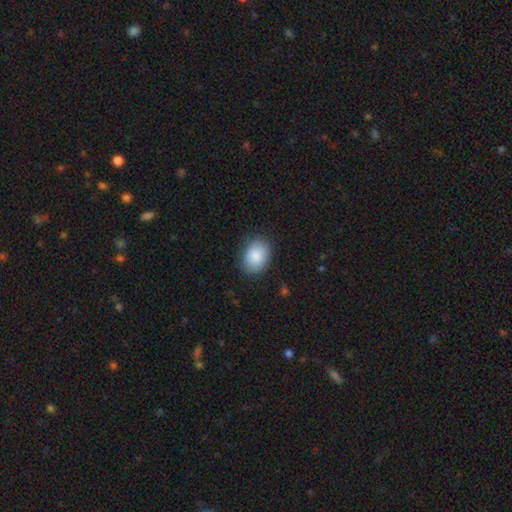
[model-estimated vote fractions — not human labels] Smooth or featured: smooth — 88% (featured or disk — 6%)
How rounded: in between — 72% (round — 27%)
Merging: none — 83% (minor disturbance — 13%)